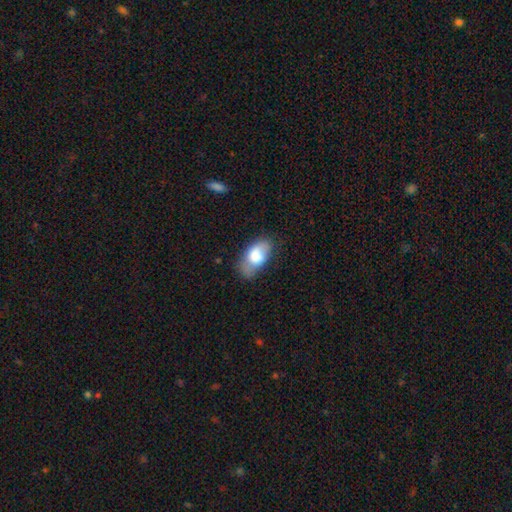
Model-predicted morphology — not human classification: Smooth or featured: smooth — 74% (featured or disk — 19%)
How rounded: in between — 92% (round — 5%)
Merging: none — 53% (minor disturbance — 32%)